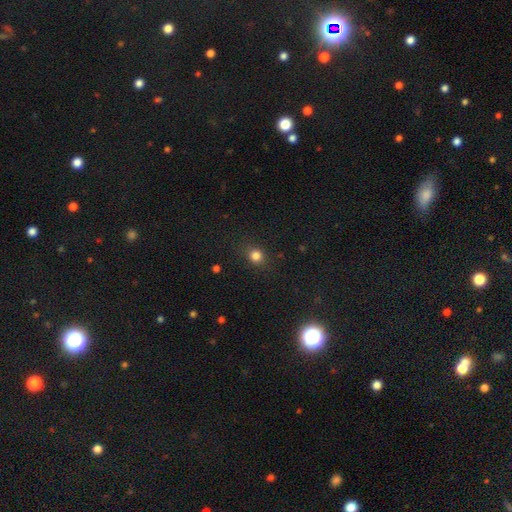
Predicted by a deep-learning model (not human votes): Q: Smooth or featured?
A: smooth (81%); runner-up: star or artifact (14%)
Q: How rounded?
A: round (78%); runner-up: in between (21%)
Q: Merging?
A: none (85%); runner-up: minor disturbance (10%)